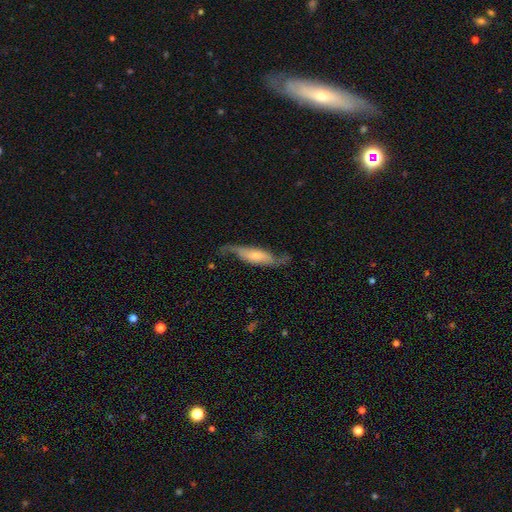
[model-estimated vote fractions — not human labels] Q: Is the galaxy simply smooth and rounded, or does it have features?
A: featured or disk — 67%.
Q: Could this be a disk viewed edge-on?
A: no — 68%.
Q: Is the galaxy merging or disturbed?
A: none — 60%.